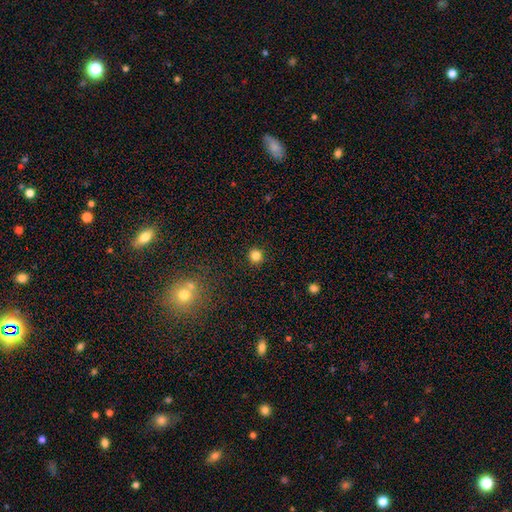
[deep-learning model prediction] A smooth galaxy with no disk features (83%) that is round (94%). Merging: none (91%).